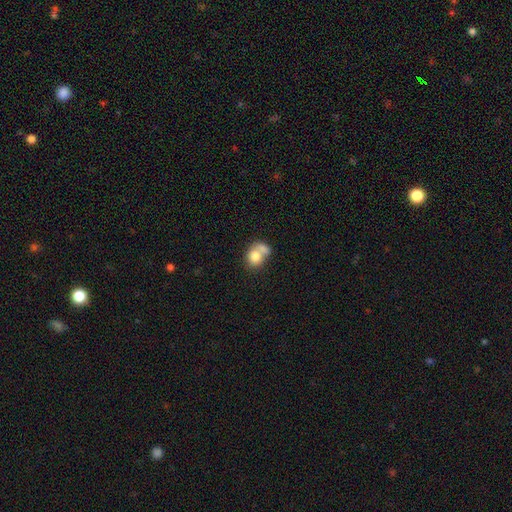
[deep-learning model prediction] Smooth or featured: smooth — 76% (featured or disk — 15%)
How rounded: round — 57% (in between — 42%)
Merging: merger — 58% (none — 25%)